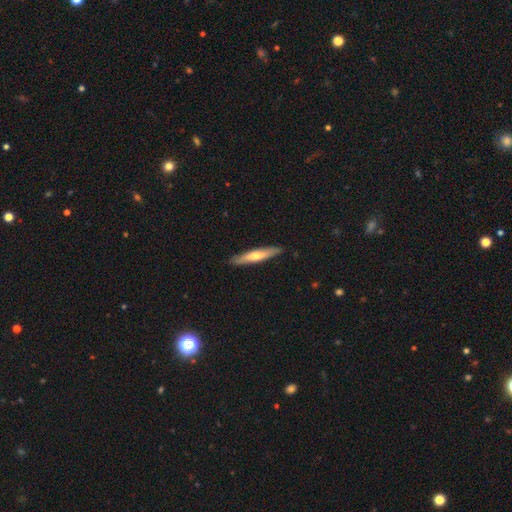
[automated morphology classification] A smooth galaxy with no disk features (50%) that is cigar-shaped (90%).

Vote fractions:
- Smooth or featured? smooth: 50% / featured or disk: 44% / star or artifact: 5%
- How rounded? cigar-shaped: 90% / in between: 9% / round: 1%
- Merging? none: 89% / minor disturbance: 8% / major disturbance: 2% / merger: 1%